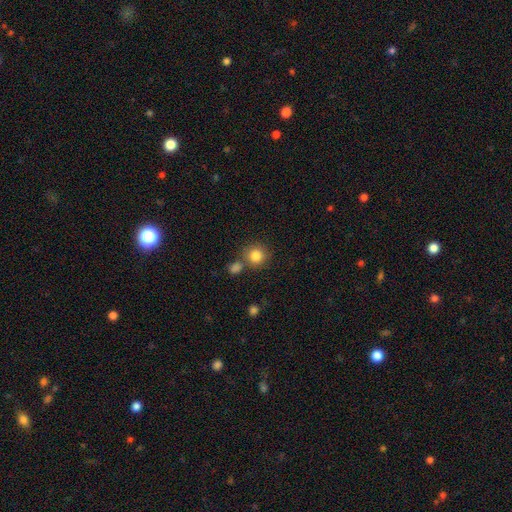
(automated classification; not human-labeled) The model was most divided on "merging": none: 70%, merger: 16%, minor disturbance: 10%, major disturbance: 4%. More confident: how rounded — round (90%); smooth or featured — smooth (84%).